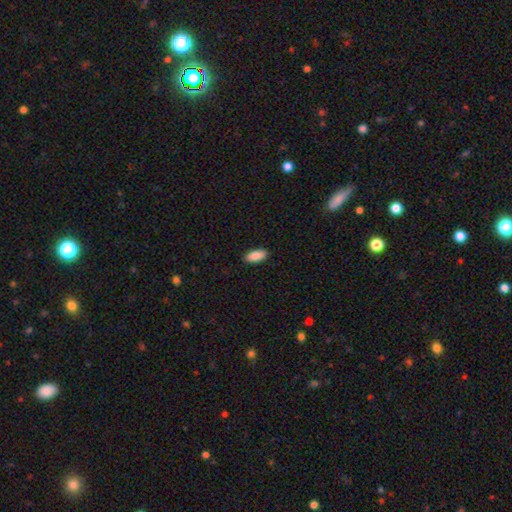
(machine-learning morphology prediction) The model was most divided on "how rounded": in between: 88%, cigar-shaped: 10%, round: 2%. More confident: smooth or featured — smooth (90%); merging — none (89%).